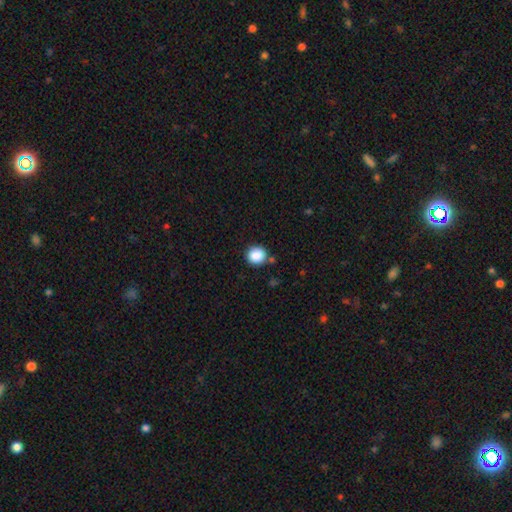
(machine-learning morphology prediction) A smooth galaxy with no disk features (87%) that is round (92%).

Vote fractions:
- Smooth or featured? smooth: 87% / star or artifact: 9% / featured or disk: 4%
- How rounded? round: 92% / in between: 7% / cigar-shaped: 1%
- Merging? none: 85% / minor disturbance: 8% / merger: 4% / major disturbance: 2%